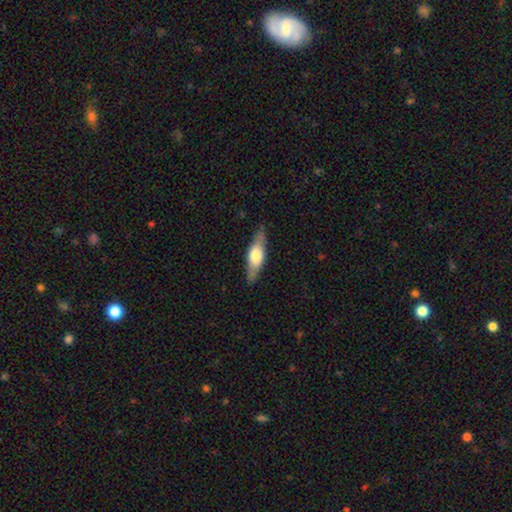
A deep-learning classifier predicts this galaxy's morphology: A smooth galaxy with no disk features (49%). Merging: none (82%).